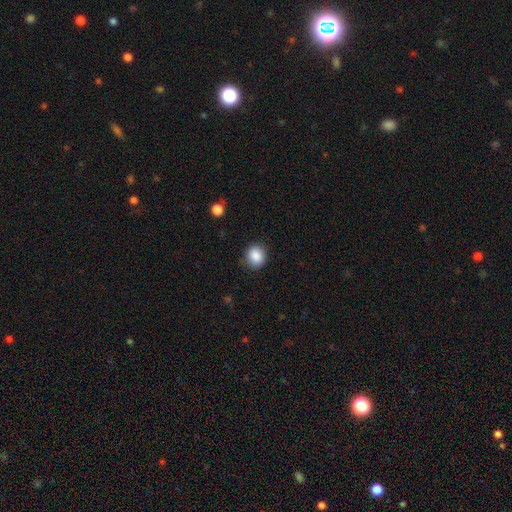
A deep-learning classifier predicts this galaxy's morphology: smooth 87%, star or artifact 9%, featured or disk 4%. Down the decision tree: how rounded — round (83%); merging — none (86%).